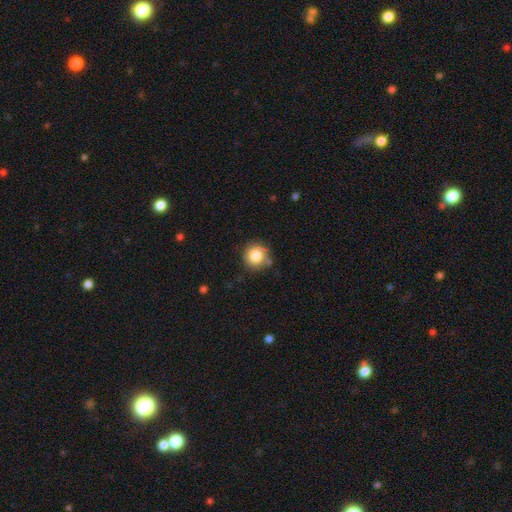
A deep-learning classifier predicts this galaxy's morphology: Smooth or featured?
  - smooth: 83% *
  - star or artifact: 10%
  - featured or disk: 7%
How rounded?
  - round: 94% *
  - in between: 5%
  - cigar-shaped: 1%
Merging?
  - none: 80% *
  - minor disturbance: 13%
  - merger: 5%
  - major disturbance: 3%